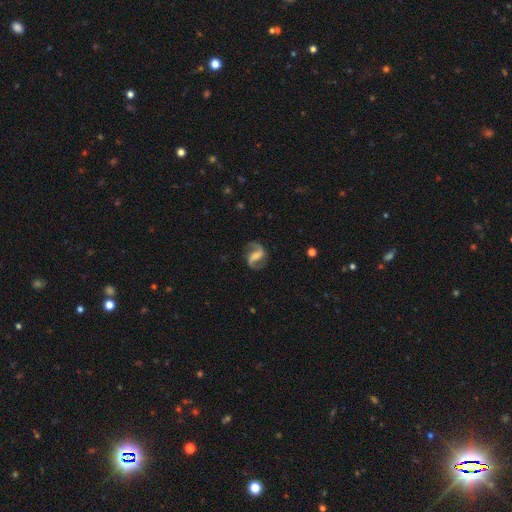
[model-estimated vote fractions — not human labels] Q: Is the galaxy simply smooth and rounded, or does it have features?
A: featured or disk — 87%.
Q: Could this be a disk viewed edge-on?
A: no — 97%.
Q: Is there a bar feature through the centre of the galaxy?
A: strong — 45%.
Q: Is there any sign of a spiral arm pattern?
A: yes — 96%.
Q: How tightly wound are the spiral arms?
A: loose — 45%.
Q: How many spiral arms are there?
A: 2 — 93%.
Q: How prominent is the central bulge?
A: small — 37%.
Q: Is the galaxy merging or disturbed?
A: none — 80%.